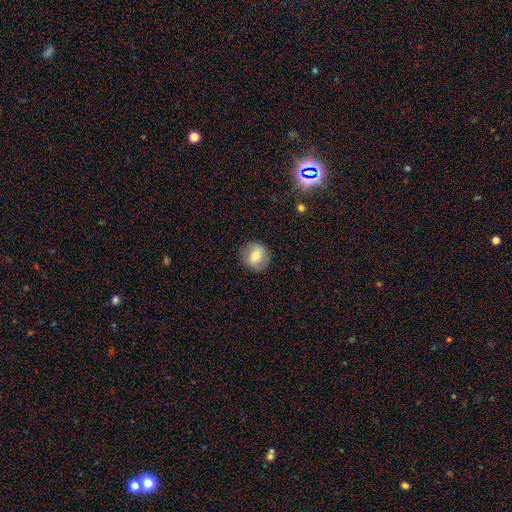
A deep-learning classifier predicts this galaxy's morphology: Smooth or featured? Predicted: smooth (p=0.66). How rounded? Predicted: round (p=0.84). Merging? Predicted: none (p=0.85).